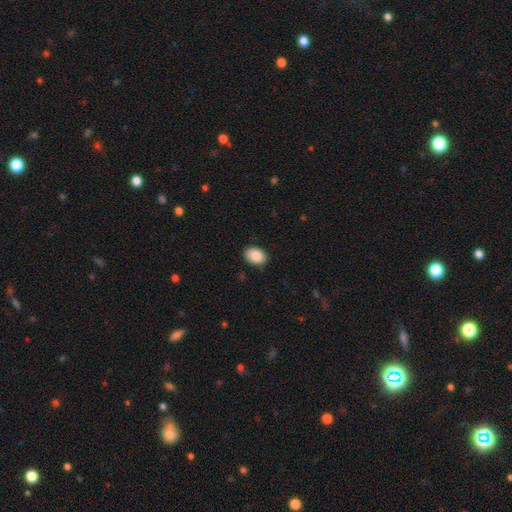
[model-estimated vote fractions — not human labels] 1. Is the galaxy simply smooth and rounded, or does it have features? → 88% smooth, 7% star or artifact, 5% featured or disk.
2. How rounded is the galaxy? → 81% in between, 18% round, 1% cigar-shaped.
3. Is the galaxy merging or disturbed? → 88% none, 9% minor disturbance, 2% major disturbance, 1% merger.